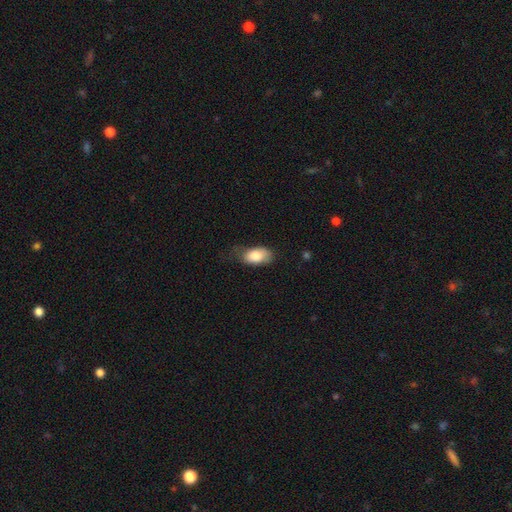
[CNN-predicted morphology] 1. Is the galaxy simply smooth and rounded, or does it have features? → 82% smooth, 11% featured or disk, 7% star or artifact.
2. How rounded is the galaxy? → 92% in between, 5% round, 3% cigar-shaped.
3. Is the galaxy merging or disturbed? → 51% none, 34% minor disturbance, 14% major disturbance, 2% merger.